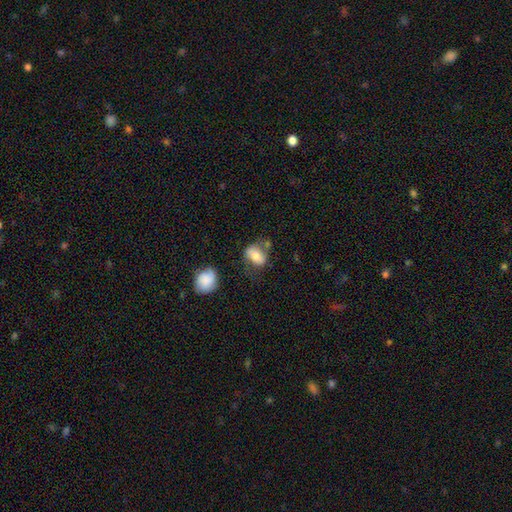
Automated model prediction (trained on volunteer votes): Smooth or featured? Predicted: smooth (p=0.68). How rounded? Predicted: in between (p=0.77). Merging? Predicted: none (p=0.46).